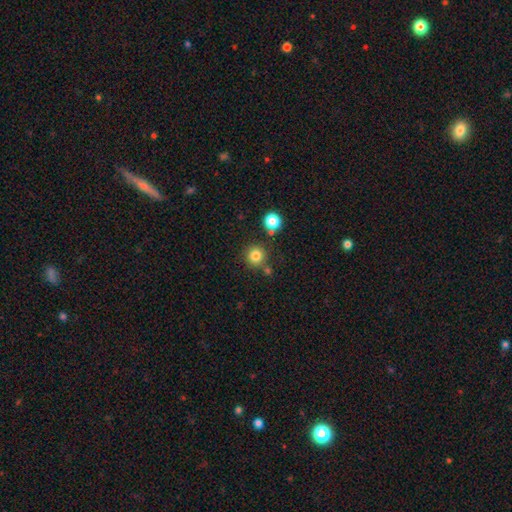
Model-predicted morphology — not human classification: The model was most divided on "smooth or featured": smooth: 81%, star or artifact: 13%, featured or disk: 6%. More confident: how rounded — round (94%); merging — none (79%).